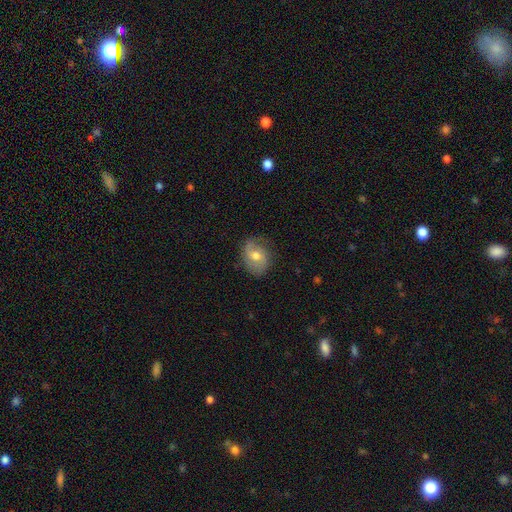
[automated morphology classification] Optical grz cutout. It shows a featured or disk galaxy (49%). Merging: none (73%).